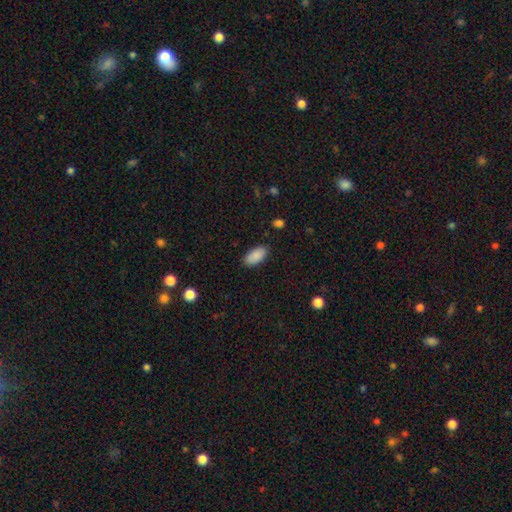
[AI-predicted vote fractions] Smooth or featured? smooth (89%)
How rounded? in between (94%)
Merging? none (87%)